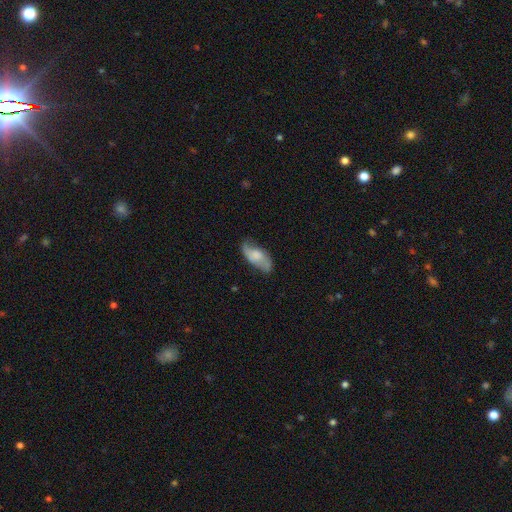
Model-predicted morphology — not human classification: A featured or disk galaxy (52%). Merging: none (65%).